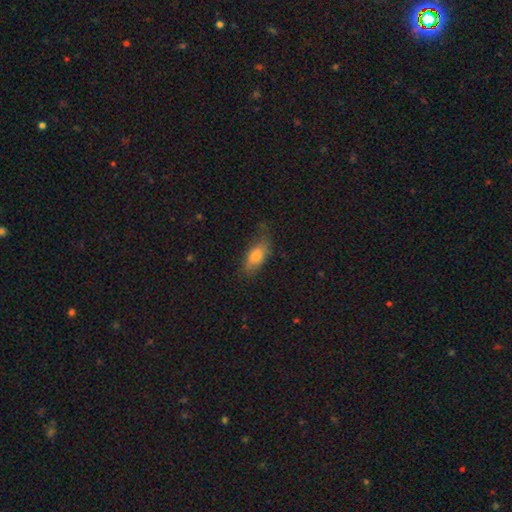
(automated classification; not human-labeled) The model was most divided on "merging": none: 69%, minor disturbance: 23%, major disturbance: 6%, merger: 2%. More confident: how rounded — in between (82%); smooth or featured — smooth (76%).